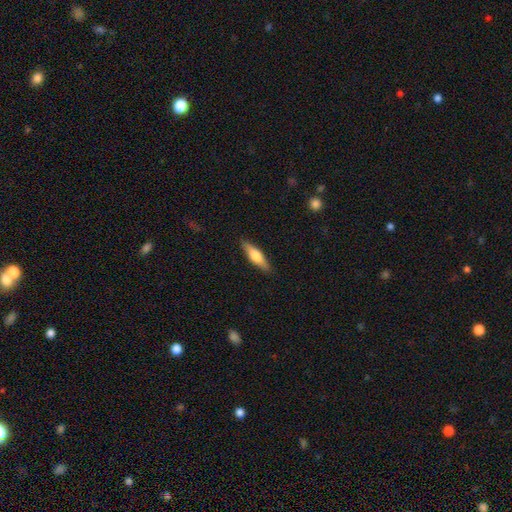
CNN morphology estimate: smooth 52%, featured or disk 42%, star or artifact 6%. Down the decision tree: how rounded — cigar-shaped (64%); merging — none (89%).